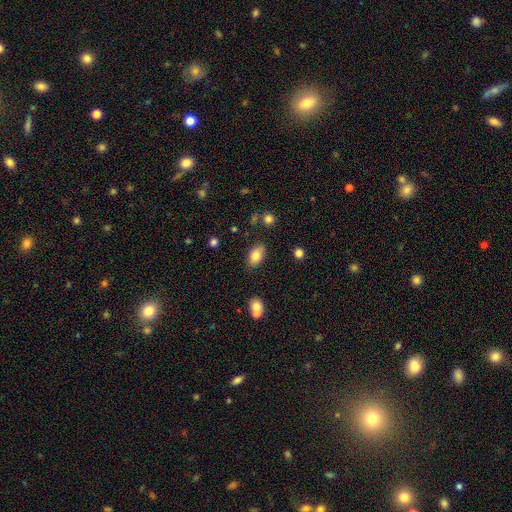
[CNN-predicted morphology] smooth-or-featured: smooth: 81% | featured or disk: 11% | star or artifact: 8%
  how-rounded: in between: 90% | round: 8% | cigar-shaped: 2%
  merging: none: 78% | minor disturbance: 15% | merger: 4% | major disturbance: 3%